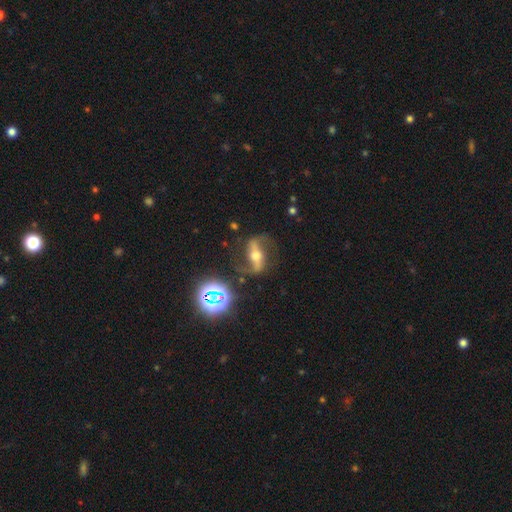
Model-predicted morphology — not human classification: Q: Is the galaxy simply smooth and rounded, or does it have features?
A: featured or disk — 79%.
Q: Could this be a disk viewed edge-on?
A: no — 89%.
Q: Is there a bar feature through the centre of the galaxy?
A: strong — 57%.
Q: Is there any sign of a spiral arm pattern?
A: yes — 93%.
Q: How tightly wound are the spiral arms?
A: loose — 67%.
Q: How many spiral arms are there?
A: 2 — 92%.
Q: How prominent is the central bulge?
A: moderate — 62%.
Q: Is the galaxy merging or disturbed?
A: none — 75%.